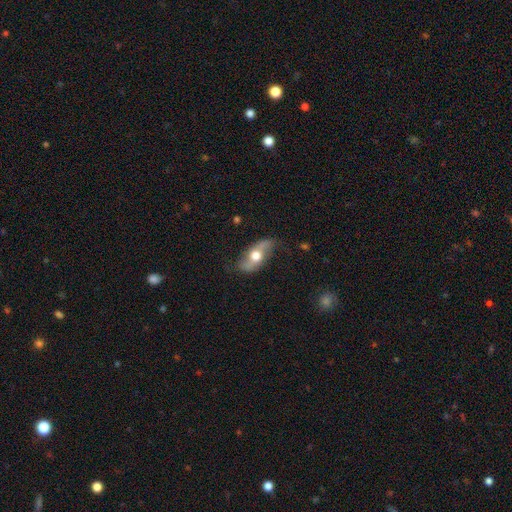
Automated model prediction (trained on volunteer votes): This appears to be a featured or disk galaxy (58%). Merging: none (72%).